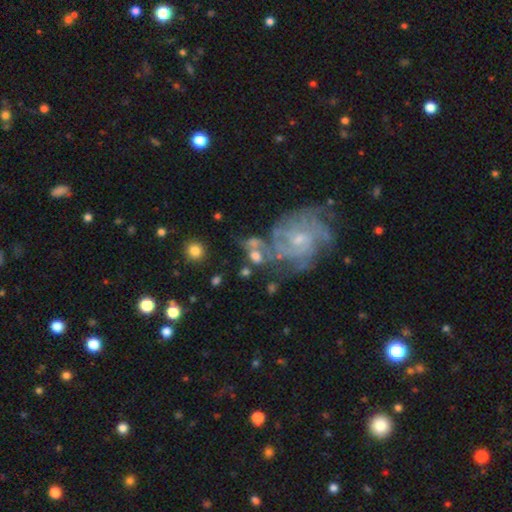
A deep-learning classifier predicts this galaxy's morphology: A featured or disk galaxy (47%).

Vote fractions:
- Smooth or featured? featured or disk: 47% / smooth: 41% / star or artifact: 12%
- Merging? none: 37% / merger: 29% / major disturbance: 18% / minor disturbance: 16%